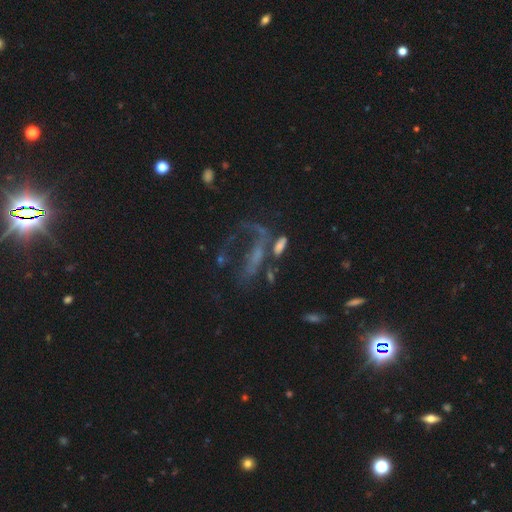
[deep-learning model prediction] Overall: featured or disk (60%; star or artifact 23%). Edge-on disk: no (84%). Bar: no (48%; weak 27%). Spiral arms: yes (52%; no 48%). Bulge size: none (46%; small 34%). Merging: major disturbance (38%; none 30%).